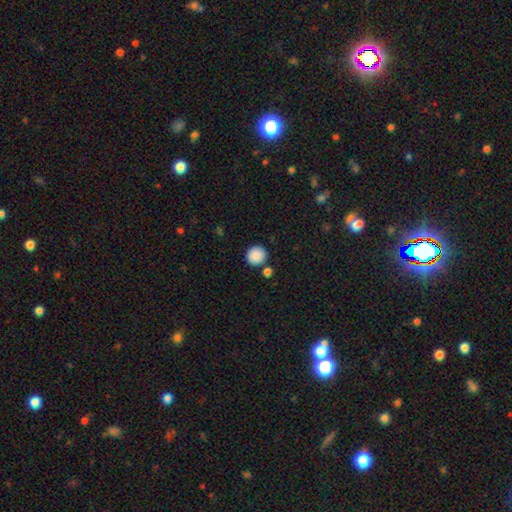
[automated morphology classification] smooth_or_featured: smooth (p=0.89) [alt: star or artifact p=0.08]
how_rounded: round (p=0.89) [alt: in between p=0.10]
merging: none (p=0.81) [alt: minor disturbance p=0.08]